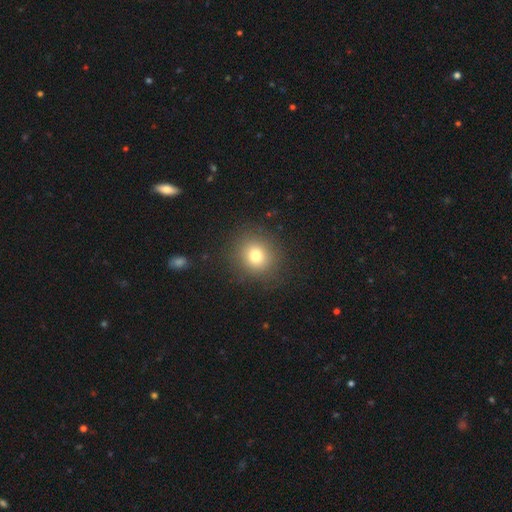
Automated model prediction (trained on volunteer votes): This is likely a smooth galaxy (76%). How rounded: clearly round (85%). Merging: clearly none (87%).